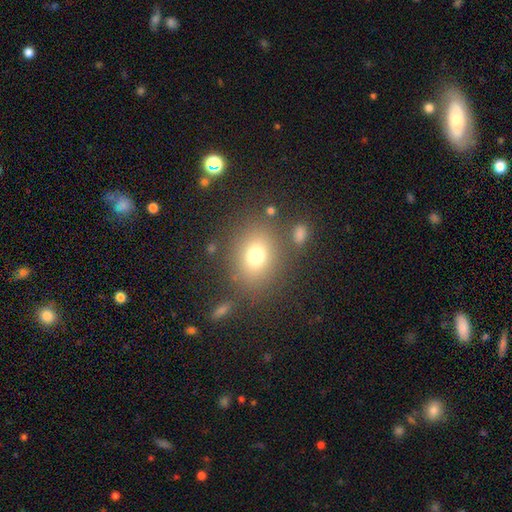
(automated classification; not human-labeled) Smooth or featured? smooth (74%)
How rounded? round (59%)
Merging? none (77%)